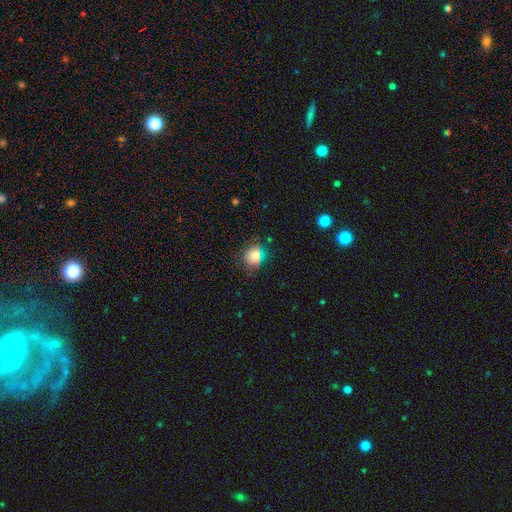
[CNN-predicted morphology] smooth-or-featured: smooth: 80% | star or artifact: 12% | featured or disk: 8%
  how-rounded: round: 68% | in between: 31% | cigar-shaped: 1%
  merging: none: 75% | minor disturbance: 18% | major disturbance: 5% | merger: 2%